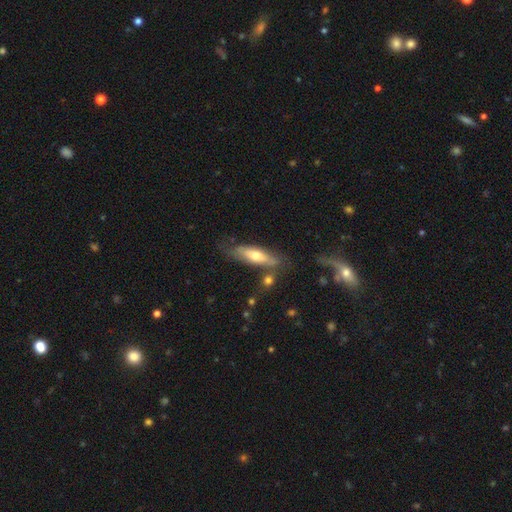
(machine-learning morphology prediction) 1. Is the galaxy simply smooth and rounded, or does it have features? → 50% smooth, 45% featured or disk, 6% star or artifact.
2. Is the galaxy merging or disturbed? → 62% none, 22% minor disturbance, 8% major disturbance, 8% merger.